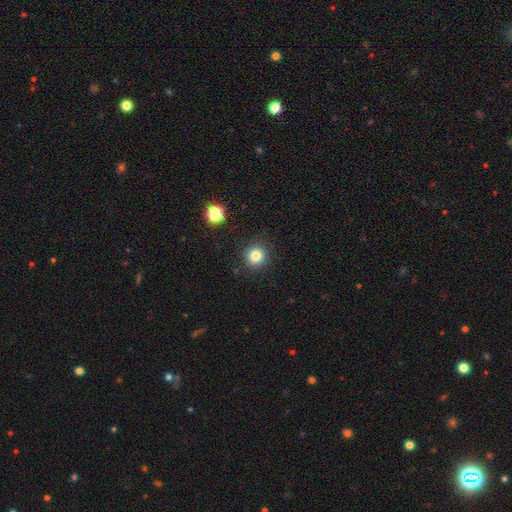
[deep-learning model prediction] smooth_or_featured: smooth (p=0.81) [alt: star or artifact p=0.13]
how_rounded: round (p=0.93) [alt: in between p=0.06]
merging: none (p=0.90) [alt: minor disturbance p=0.06]